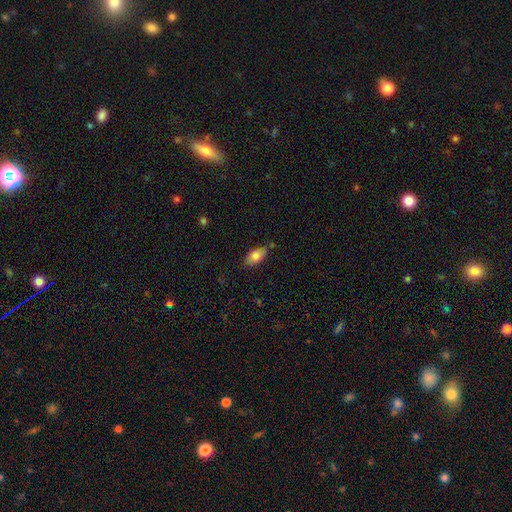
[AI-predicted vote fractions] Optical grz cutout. It shows a smooth galaxy with no disk features (79%) that is in between round and cigar-shaped (88%). Merging: none (63%).